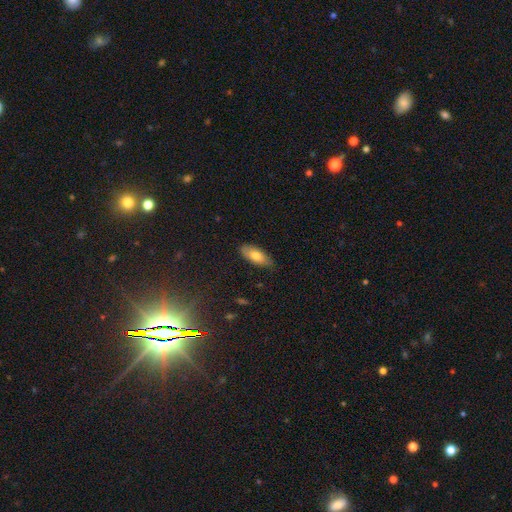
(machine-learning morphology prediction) smooth_or_featured: smooth (p=0.75) [alt: featured or disk p=0.18]
how_rounded: in between (p=0.82) [alt: cigar-shaped p=0.16]
merging: none (p=0.78) [alt: minor disturbance p=0.18]